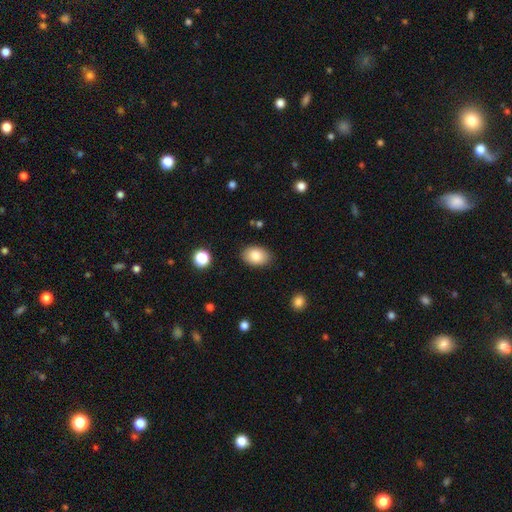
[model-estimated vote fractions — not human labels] smooth-or-featured: smooth: 85% | featured or disk: 8% | star or artifact: 7%
  how-rounded: in between: 84% | round: 15% | cigar-shaped: 1%
  merging: none: 86% | minor disturbance: 10% | major disturbance: 2% | merger: 1%